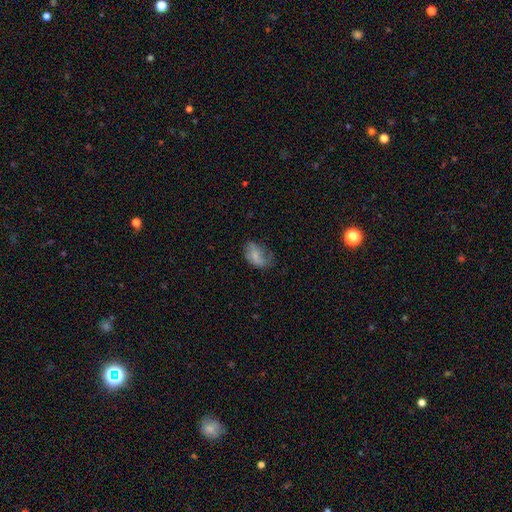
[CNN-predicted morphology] type=smooth (62%); roundness=in between (88%); merging=none (42%).